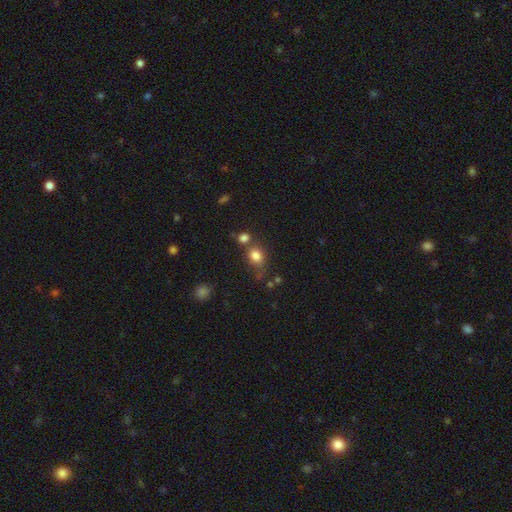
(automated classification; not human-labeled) Overall: smooth (81%). How rounded: round (58%; in between 40%). Merging: none (54%; merger 23%).